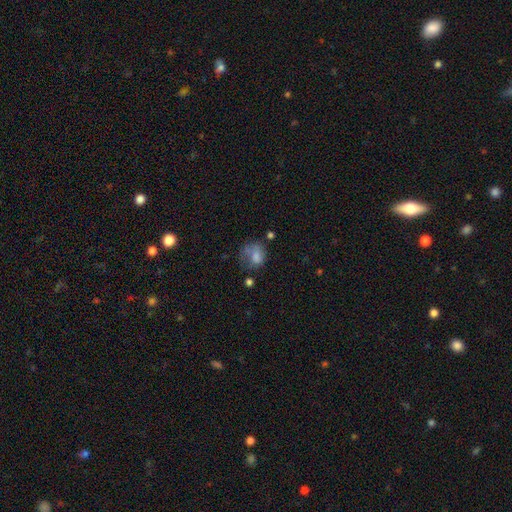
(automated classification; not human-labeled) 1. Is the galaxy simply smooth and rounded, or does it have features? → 67% smooth, 22% featured or disk, 11% star or artifact.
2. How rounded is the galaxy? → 51% in between, 48% round, 1% cigar-shaped.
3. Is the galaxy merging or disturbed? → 37% major disturbance, 29% none, 25% minor disturbance, 9% merger.